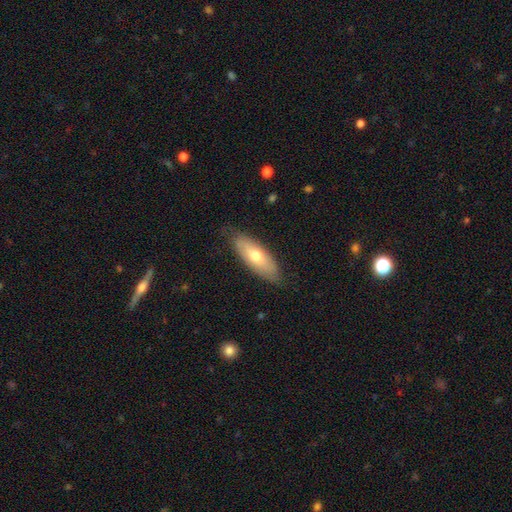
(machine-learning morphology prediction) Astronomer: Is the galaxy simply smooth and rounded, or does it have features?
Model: smooth — 63%.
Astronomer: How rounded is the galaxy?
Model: in between — 69%.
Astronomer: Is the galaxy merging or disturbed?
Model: none — 80%.